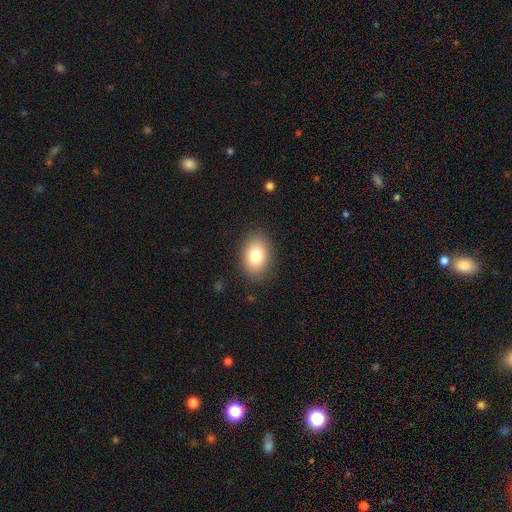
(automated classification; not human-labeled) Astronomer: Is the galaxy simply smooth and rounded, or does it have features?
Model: smooth — 82%.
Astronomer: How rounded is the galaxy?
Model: in between — 84%.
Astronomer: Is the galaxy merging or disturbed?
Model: none — 86%.